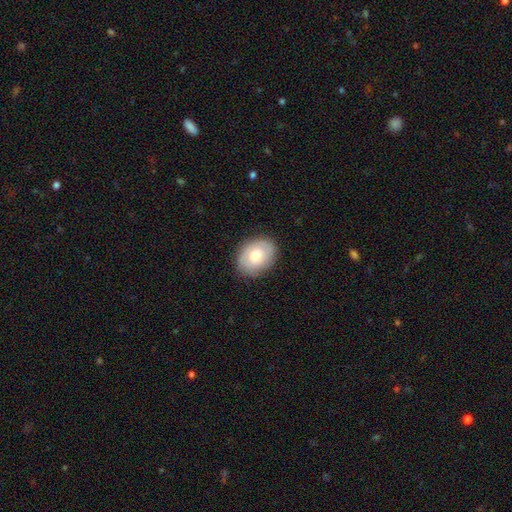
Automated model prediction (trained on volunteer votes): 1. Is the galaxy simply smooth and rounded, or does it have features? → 70% smooth, 23% featured or disk, 7% star or artifact.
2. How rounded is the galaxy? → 66% in between, 33% round, 1% cigar-shaped.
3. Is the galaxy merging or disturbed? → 84% none, 12% minor disturbance, 3% major disturbance, 1% merger.